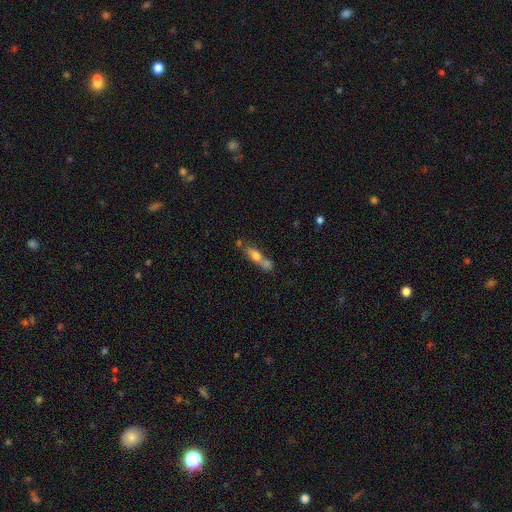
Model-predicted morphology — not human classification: A smooth galaxy with no disk features (60%) that is in between round and cigar-shaped (46%, tied with cigar-shaped). Merging: merger (48%).